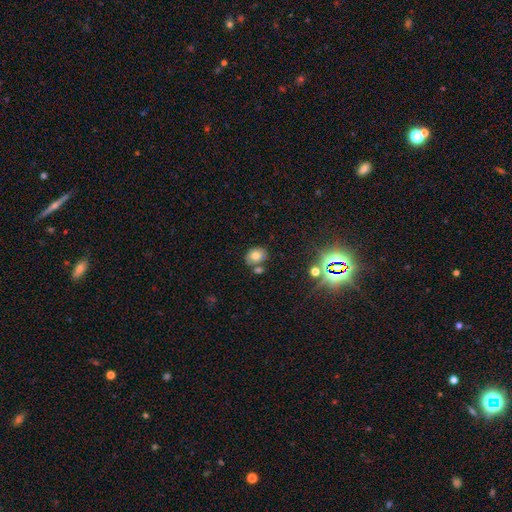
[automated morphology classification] smooth 74%, star or artifact 14%, featured or disk 12%. Down the decision tree: how rounded — in between (52%); merging — none (65%).